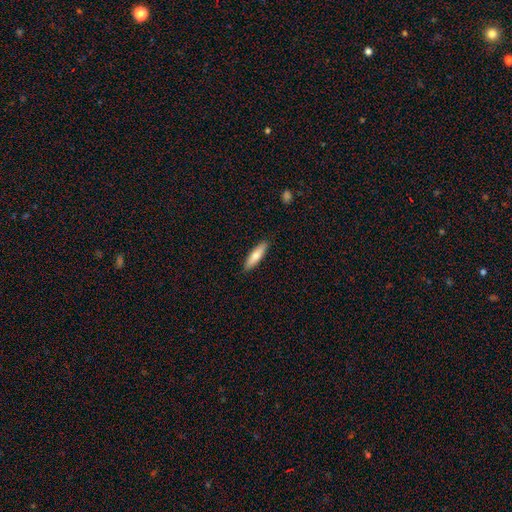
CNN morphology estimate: type=smooth (72%); roundness=cigar-shaped (70%); merging=none (89%).